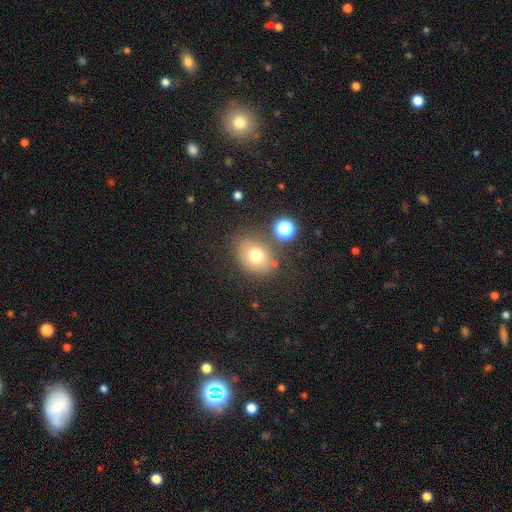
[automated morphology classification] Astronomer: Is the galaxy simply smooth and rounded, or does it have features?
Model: smooth — 72%.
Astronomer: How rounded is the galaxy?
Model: in between — 51% (runner-up: round, 48%).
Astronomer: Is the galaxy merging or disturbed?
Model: none — 73%.